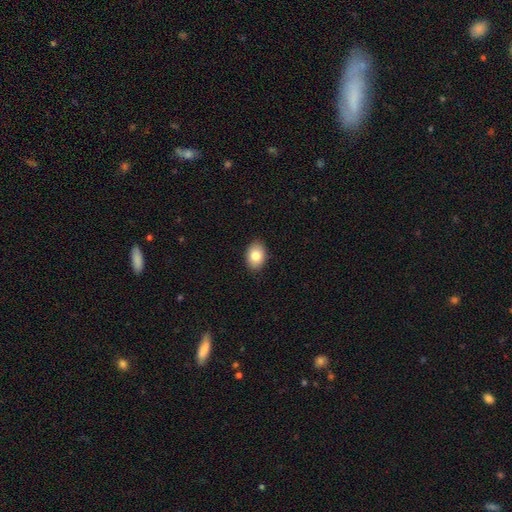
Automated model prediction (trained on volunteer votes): Morphology: type=smooth (83%); roundness=in between (78%); merging=none (90%).